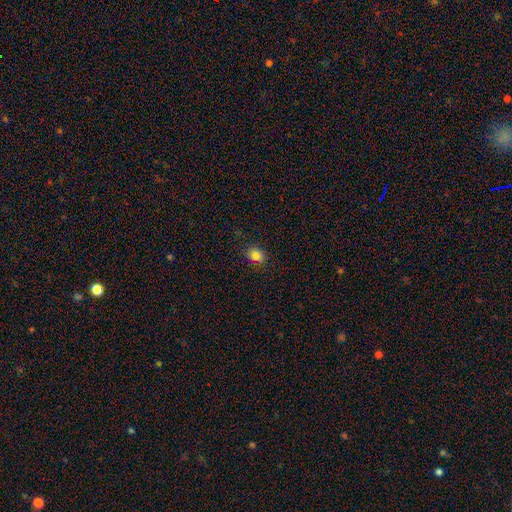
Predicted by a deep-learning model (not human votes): A smooth galaxy with no disk features (83%) that is round (54%). Merging: none (86%).